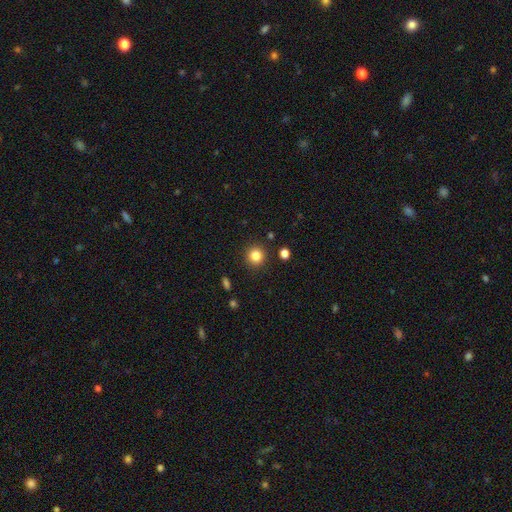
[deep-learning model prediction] This is clearly a smooth galaxy (84%). How rounded: clearly round (93%). Merging: clearly none (90%).